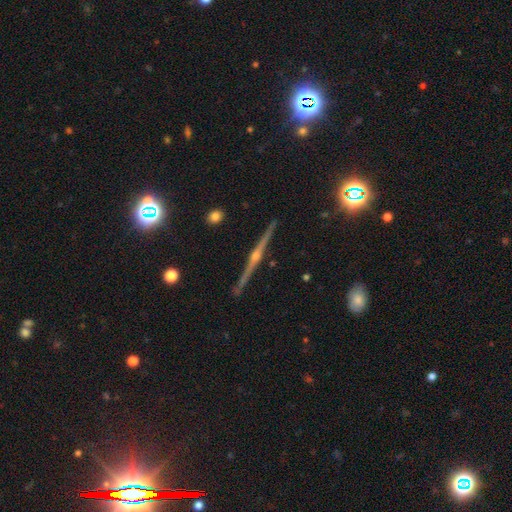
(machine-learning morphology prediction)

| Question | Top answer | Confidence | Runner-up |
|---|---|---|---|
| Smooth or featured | featured or disk | 87% | star or artifact (7%) |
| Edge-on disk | yes | 98% | no (2%) |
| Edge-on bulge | rounded | 90% | none (5%) |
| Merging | none | 92% | minor disturbance (6%) |